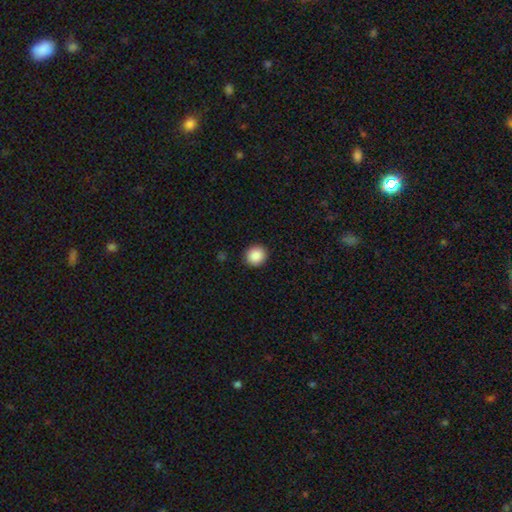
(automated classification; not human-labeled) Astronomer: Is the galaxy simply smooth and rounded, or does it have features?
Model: smooth — 88%.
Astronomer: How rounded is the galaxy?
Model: round — 91%.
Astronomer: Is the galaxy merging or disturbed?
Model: none — 92%.